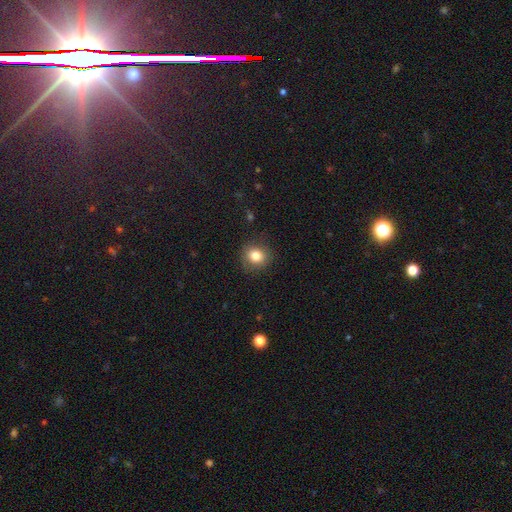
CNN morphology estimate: Smooth or featured: smooth — 81% (star or artifact — 11%)
How rounded: round — 80% (in between — 19%)
Merging: none — 87% (minor disturbance — 9%)